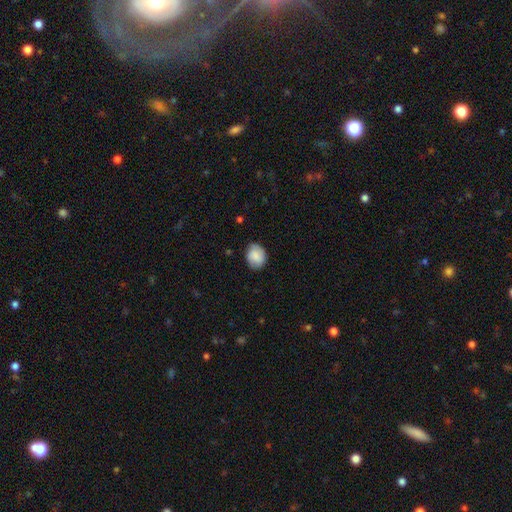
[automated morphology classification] Overall: smooth (80%). How rounded: round (52%; in between 47%). Merging: none (80%).